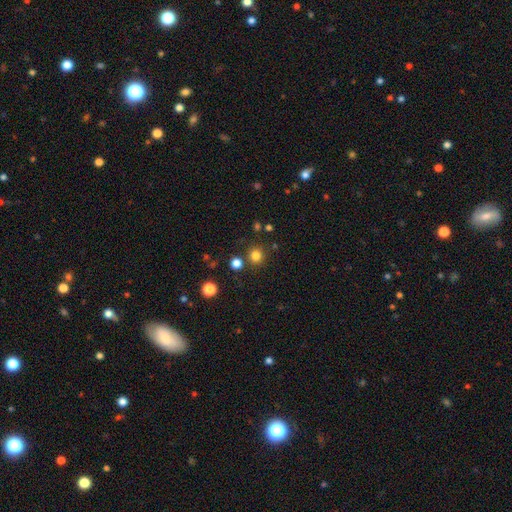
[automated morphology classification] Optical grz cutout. It shows a smooth galaxy with no disk features (80%) that is round (92%). Merging: none (84%).